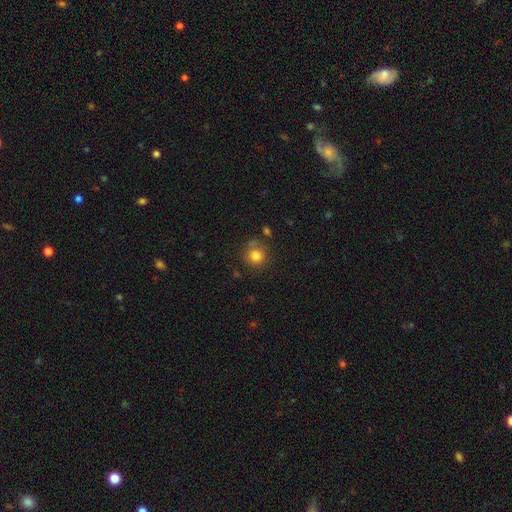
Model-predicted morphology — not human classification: smooth-or-featured: smooth: 82% | star or artifact: 12% | featured or disk: 7%
  how-rounded: round: 90% | in between: 9% | cigar-shaped: 1%
  merging: none: 75% | minor disturbance: 14% | merger: 6% | major disturbance: 5%